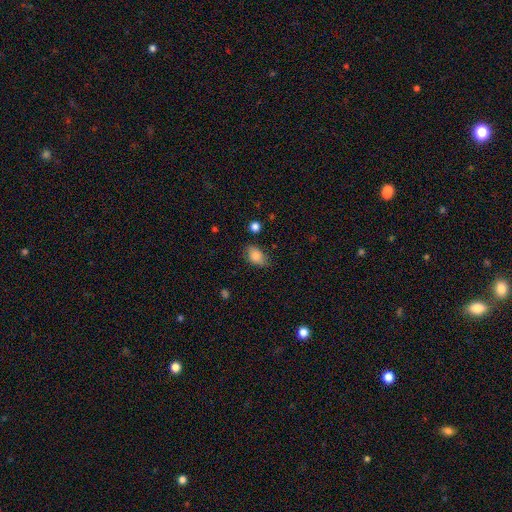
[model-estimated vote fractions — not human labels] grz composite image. It shows a smooth galaxy with no disk features (81%) that is in between round and cigar-shaped (85%). Merging: none (71%).